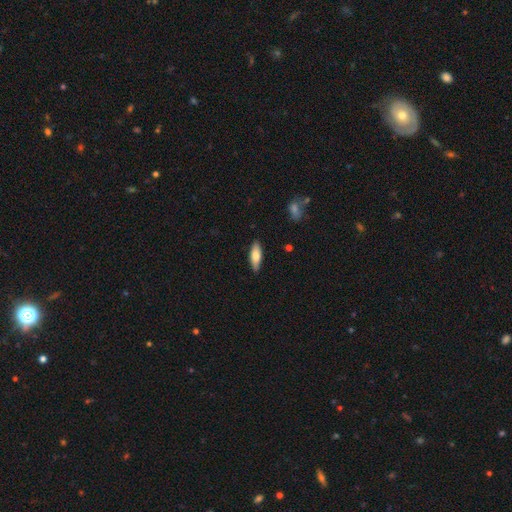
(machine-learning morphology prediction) Q: Smooth or featured?
A: smooth (72%); runner-up: featured or disk (22%)
Q: How rounded?
A: in between (58%); runner-up: cigar-shaped (40%)
Q: Merging?
A: none (86%); runner-up: minor disturbance (11%)